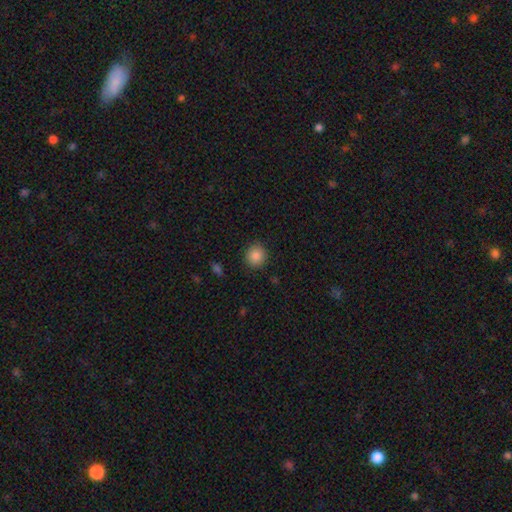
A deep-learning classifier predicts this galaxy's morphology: Q: Smooth or featured?
A: smooth (86%); runner-up: star or artifact (9%)
Q: How rounded?
A: round (90%); runner-up: in between (9%)
Q: Merging?
A: none (90%); runner-up: minor disturbance (7%)